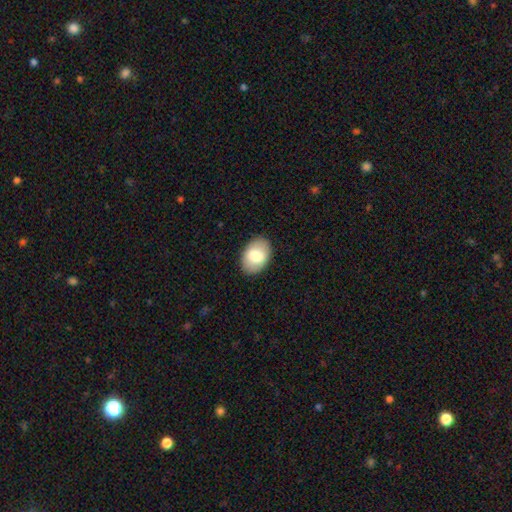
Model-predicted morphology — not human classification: Q: Smooth or featured?
A: smooth (79%); runner-up: featured or disk (15%)
Q: How rounded?
A: in between (86%); runner-up: round (13%)
Q: Merging?
A: none (89%); runner-up: minor disturbance (8%)